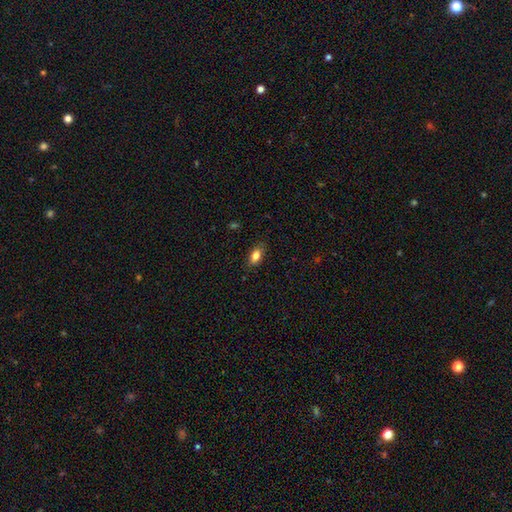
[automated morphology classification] smooth-or-featured: smooth: 83% | featured or disk: 9% | star or artifact: 8%
  how-rounded: in between: 87% | round: 6% | cigar-shaped: 6%
  merging: none: 83% | minor disturbance: 13% | major disturbance: 3% | merger: 1%